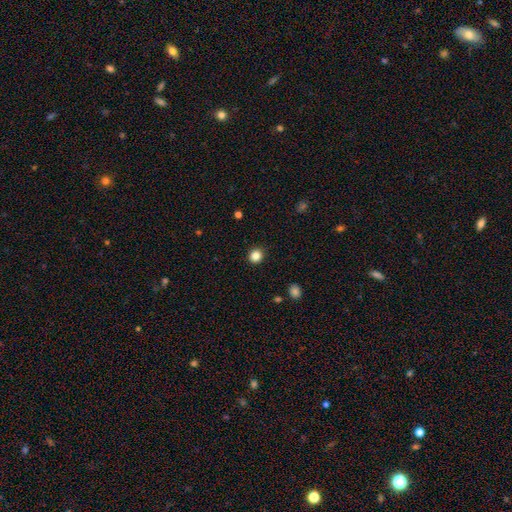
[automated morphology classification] Q: Smooth or featured?
A: smooth (84%); runner-up: star or artifact (12%)
Q: How rounded?
A: round (88%); runner-up: in between (11%)
Q: Merging?
A: none (91%); runner-up: minor disturbance (6%)